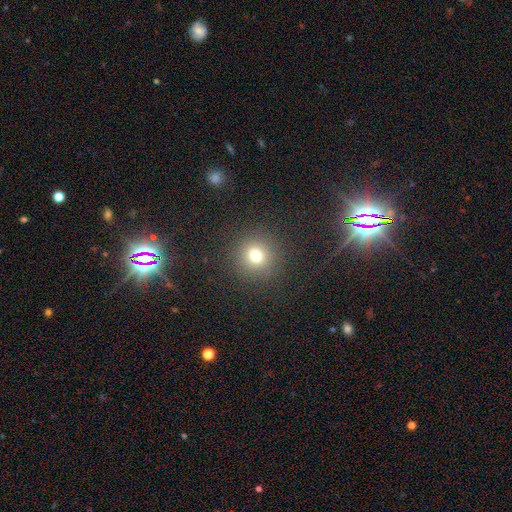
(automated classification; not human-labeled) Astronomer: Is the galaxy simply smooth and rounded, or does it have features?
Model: smooth — 74%.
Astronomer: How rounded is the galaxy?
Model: round — 92%.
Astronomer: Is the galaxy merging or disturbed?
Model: none — 89%.